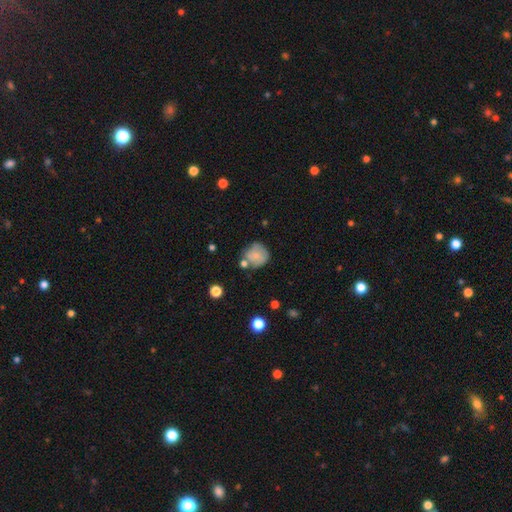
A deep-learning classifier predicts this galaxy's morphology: smooth-or-featured: smooth: 72% | featured or disk: 19% | star or artifact: 9%
  how-rounded: round: 84% | in between: 15% | cigar-shaped: 1%
  merging: none: 54% | minor disturbance: 23% | merger: 14% | major disturbance: 8%